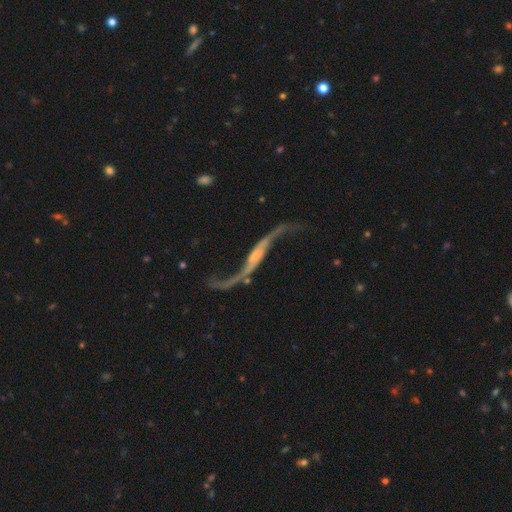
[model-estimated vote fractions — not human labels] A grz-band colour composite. It shows a featured or disk galaxy (91%) with no bar (39%), 2 (94%) loose (96%) spiral arms (95%) and a small central bulge (44%). Merging: none (62%).